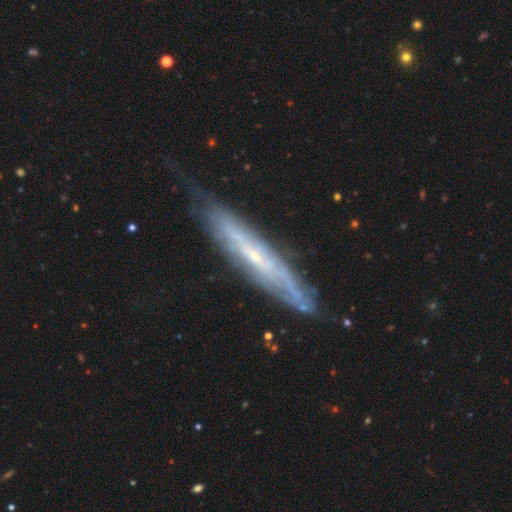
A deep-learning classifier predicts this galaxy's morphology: A featured or disk galaxy (74%) viewed edge-on (62%).

Vote fractions:
- Smooth or featured? featured or disk: 74% / smooth: 18% / star or artifact: 7%
- Edge-on disk? yes: 62% / no: 38%
- Merging? none: 70% / minor disturbance: 22% / major disturbance: 6% / merger: 2%